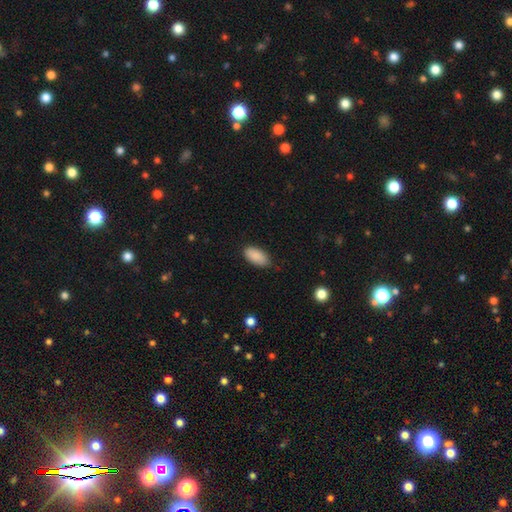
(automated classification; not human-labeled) Smooth or featured: smooth — 89% (star or artifact — 7%)
How rounded: in between — 93% (cigar-shaped — 4%)
Merging: none — 79% (minor disturbance — 17%)